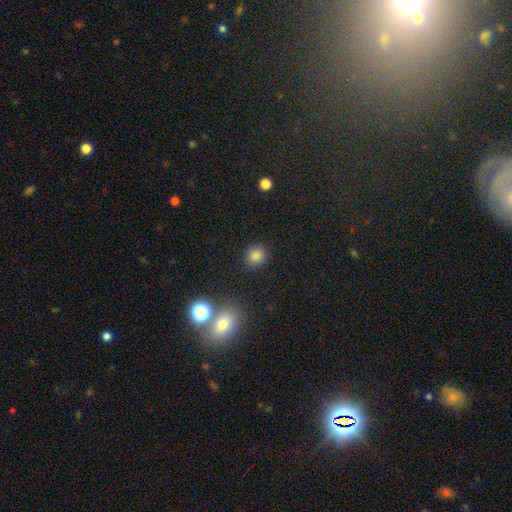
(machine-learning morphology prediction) Q: Smooth or featured?
A: smooth (83%); runner-up: star or artifact (13%)
Q: How rounded?
A: round (90%); runner-up: in between (9%)
Q: Merging?
A: none (89%); runner-up: minor disturbance (6%)